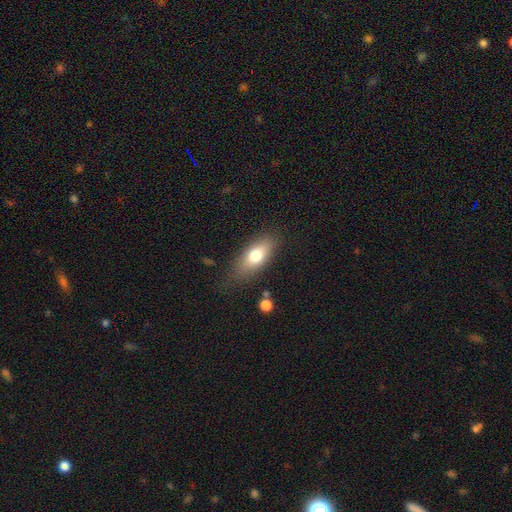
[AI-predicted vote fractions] Smooth or featured? Predicted: smooth (p=0.72). How rounded? Predicted: in between (p=0.80). Merging? Predicted: none (p=0.75).